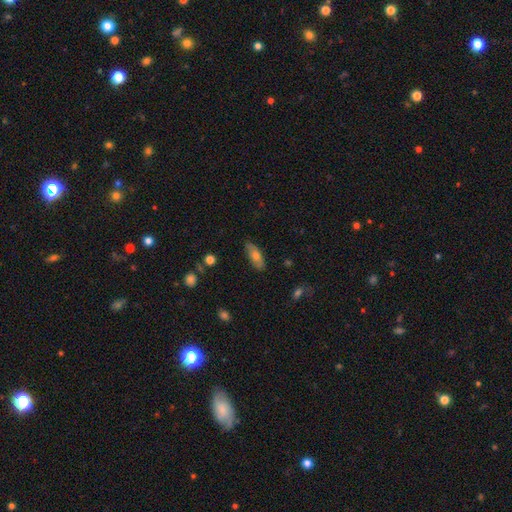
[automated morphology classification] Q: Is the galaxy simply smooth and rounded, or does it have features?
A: smooth — 68%.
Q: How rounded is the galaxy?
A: in between — 70%.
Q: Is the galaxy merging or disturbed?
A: none — 80%.